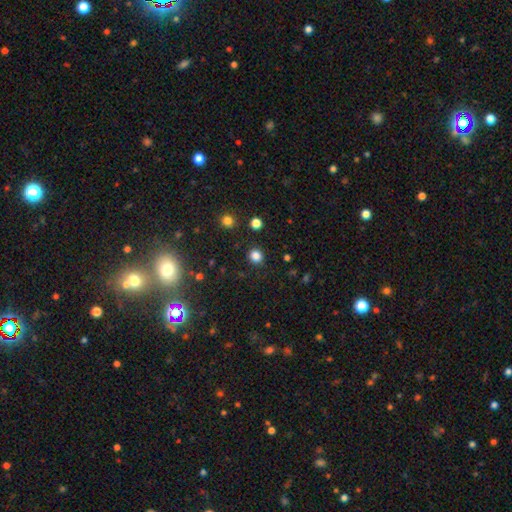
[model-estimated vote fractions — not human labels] This is clearly a smooth galaxy (83%). How rounded: clearly round (85%). Merging: clearly none (89%).